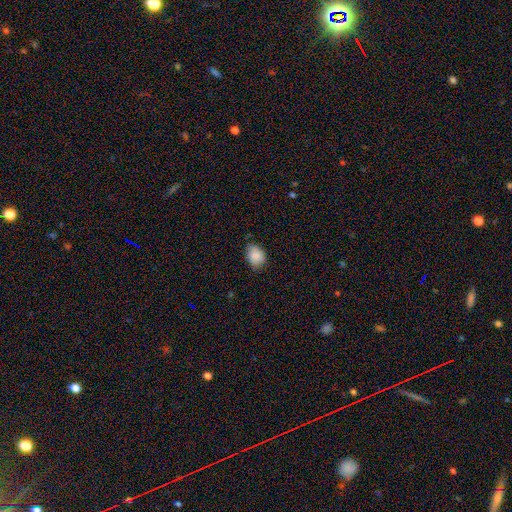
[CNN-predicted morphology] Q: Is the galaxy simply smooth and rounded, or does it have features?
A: smooth — 86%.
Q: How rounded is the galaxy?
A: in between — 64%.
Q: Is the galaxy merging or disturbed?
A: none — 65%.